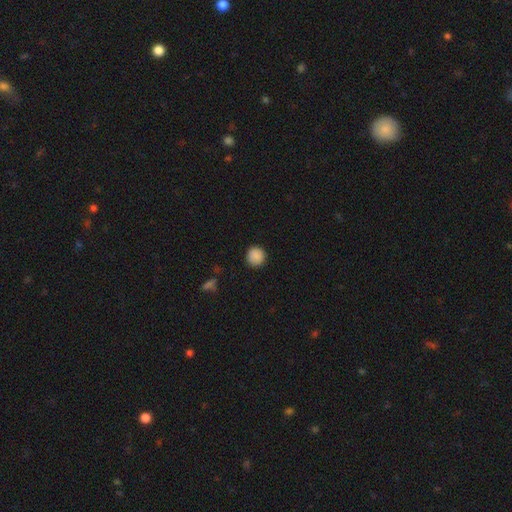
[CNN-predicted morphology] A smooth galaxy with no disk features (88%) that is round (93%).

Vote fractions:
- Smooth or featured? smooth: 88% / star or artifact: 9% / featured or disk: 3%
- How rounded? round: 93% / in between: 6% / cigar-shaped: 1%
- Merging? none: 90% / minor disturbance: 7% / major disturbance: 2% / merger: 1%